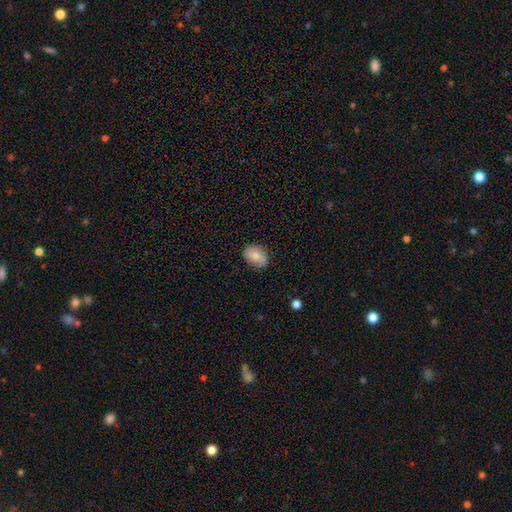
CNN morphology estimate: smooth_or_featured: smooth (p=0.75) [alt: featured or disk p=0.18]
how_rounded: in between (p=0.66) [alt: round p=0.33]
merging: none (p=0.82) [alt: minor disturbance p=0.14]